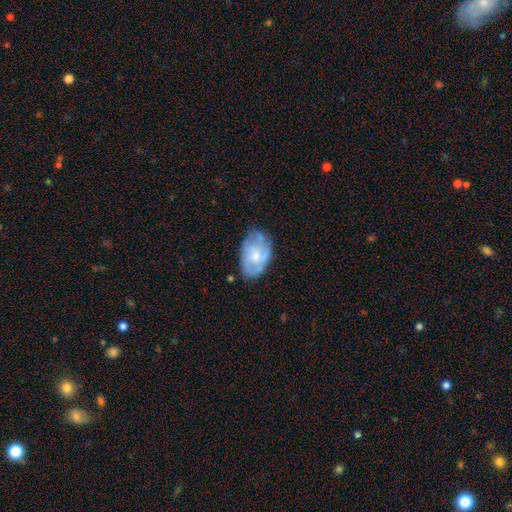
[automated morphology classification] Smooth or featured? featured or disk (48%)
Merging? none (64%)